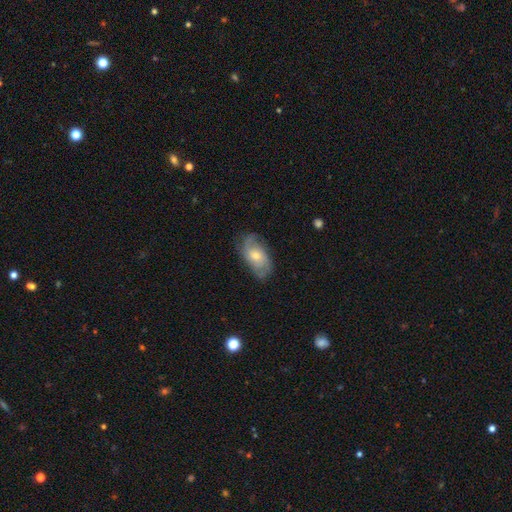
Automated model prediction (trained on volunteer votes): smooth_or_featured: featured or disk (p=0.62) [alt: smooth p=0.31]
disk_edge_on: no (p=0.93) [alt: yes p=0.07]
bar: no (p=0.74) [alt: weak p=0.22]
has_spiral_arms: yes (p=0.85) [alt: no p=0.15]
bulge_size: moderate (p=0.55) [alt: small p=0.39]
merging: none (p=0.72) [alt: minor disturbance p=0.20]